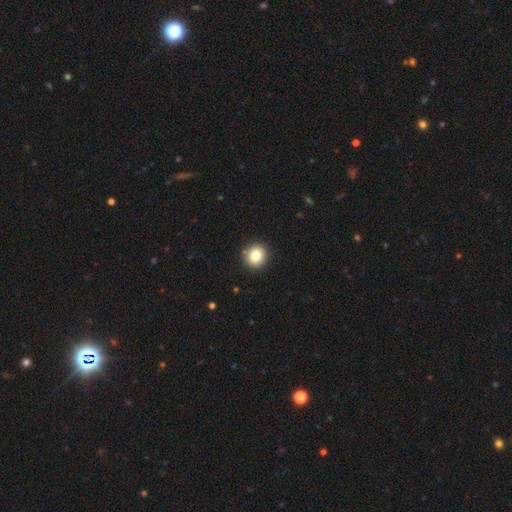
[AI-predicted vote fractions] Overall: smooth (83%). How rounded: round (89%). Merging: none (90%).